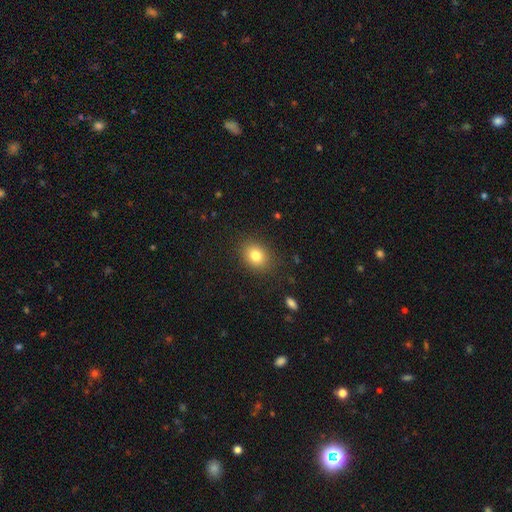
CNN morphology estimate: This is clearly a smooth galaxy (81%). How rounded: possibly in between (54%). Merging: clearly none (86%).